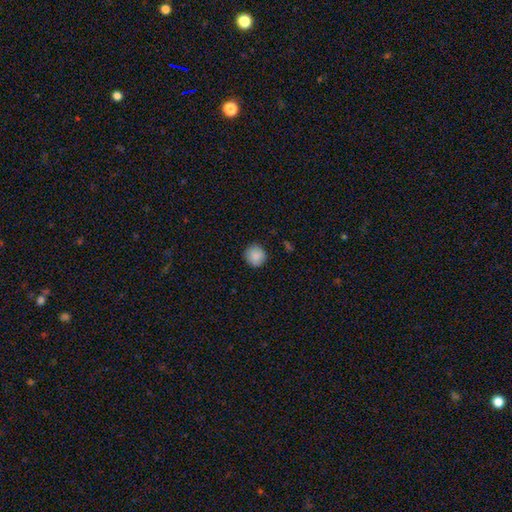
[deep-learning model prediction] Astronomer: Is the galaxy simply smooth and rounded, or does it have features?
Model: smooth — 88%.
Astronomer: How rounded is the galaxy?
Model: round — 93%.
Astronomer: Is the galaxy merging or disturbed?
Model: none — 89%.